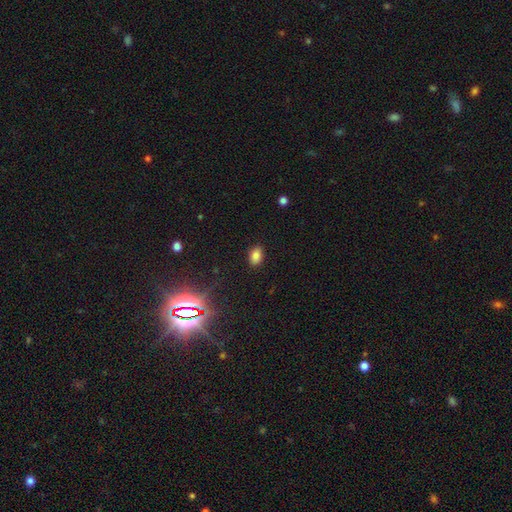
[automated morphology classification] smooth-or-featured: smooth: 80% | star or artifact: 13% | featured or disk: 6%
  how-rounded: in between: 84% | round: 15% | cigar-shaped: 1%
  merging: none: 87% | minor disturbance: 9% | major disturbance: 2% | merger: 1%